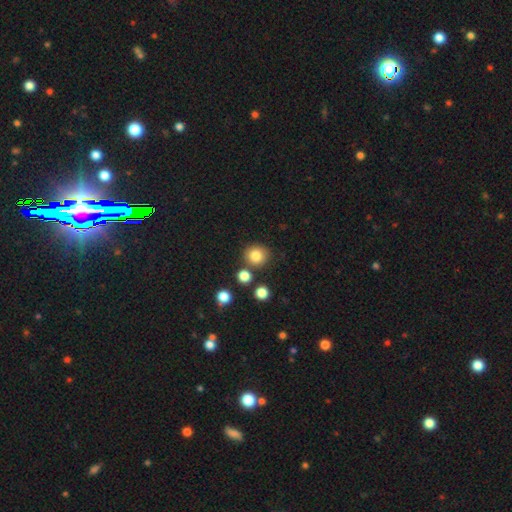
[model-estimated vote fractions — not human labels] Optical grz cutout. It shows a smooth galaxy with no disk features (83%) that is round (88%). Merging: none (80%).